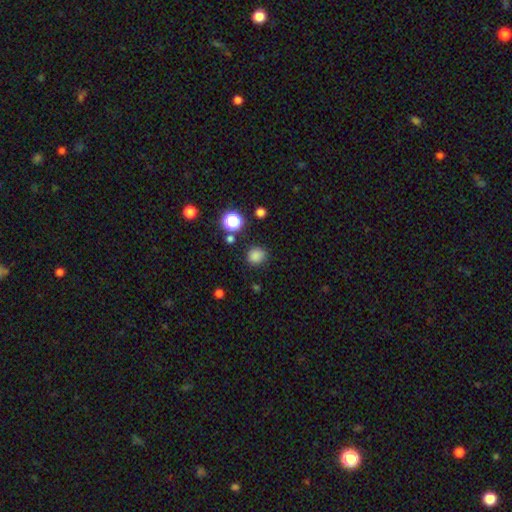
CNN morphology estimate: A smooth galaxy with no disk features (81%) that is round (86%). Merging: none (82%).